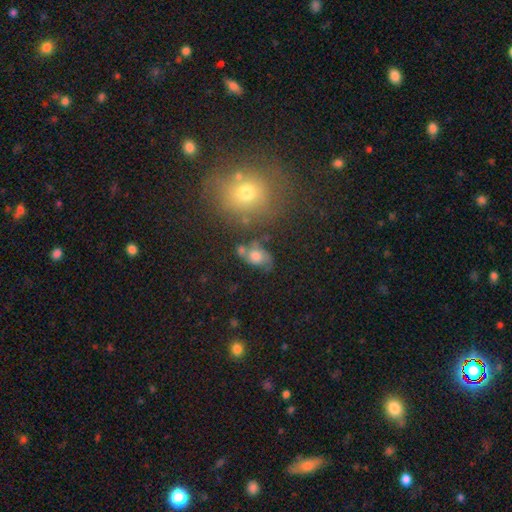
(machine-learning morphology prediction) Smooth or featured: smooth — 51% (featured or disk — 34%)
How rounded: in between — 67% (round — 31%)
Merging: none — 49% (minor disturbance — 22%)